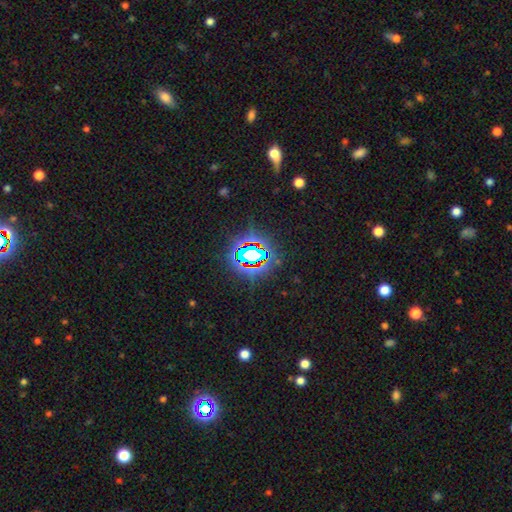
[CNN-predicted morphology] type=star or artifact (75%).